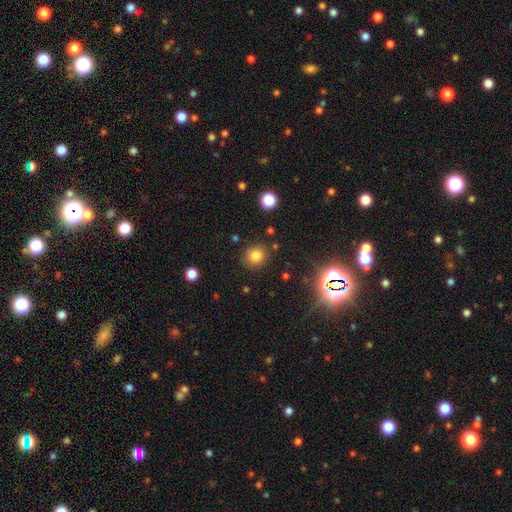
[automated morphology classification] smooth 80%, star or artifact 15%, featured or disk 6%. Down the decision tree: how rounded — round (88%); merging — none (85%).